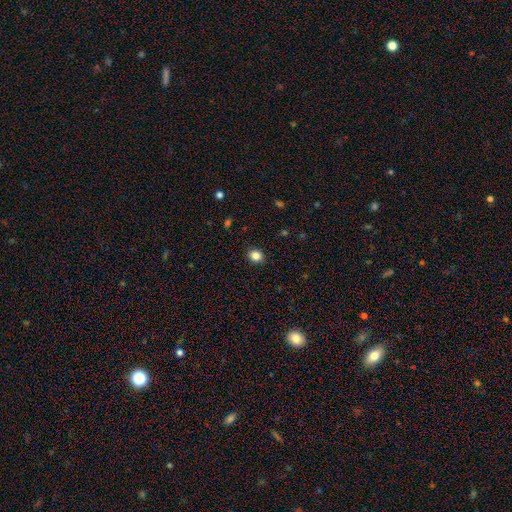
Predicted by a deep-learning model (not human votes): Q: Smooth or featured?
A: smooth (84%); runner-up: star or artifact (11%)
Q: How rounded?
A: round (68%); runner-up: in between (31%)
Q: Merging?
A: none (91%); runner-up: minor disturbance (6%)